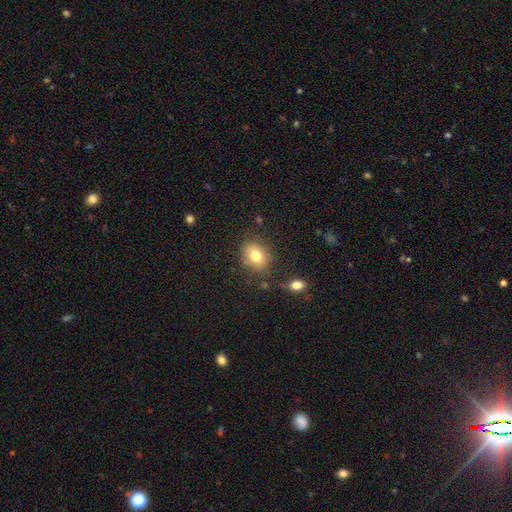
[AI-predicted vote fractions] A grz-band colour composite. It shows a smooth galaxy with no disk features (78%) that is in between round and cigar-shaped (52%). Merging: none (80%).